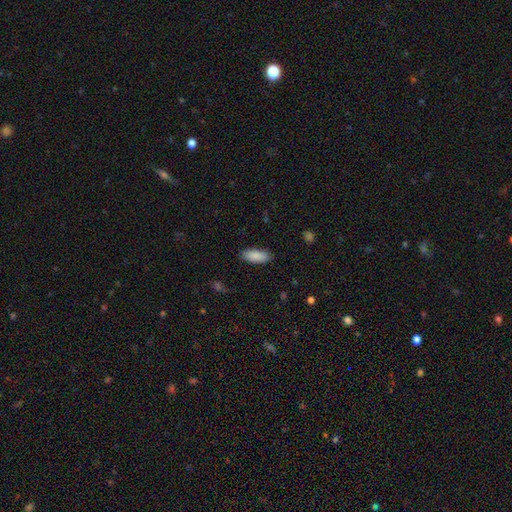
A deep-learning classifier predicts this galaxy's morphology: type=smooth (89%); roundness=in between (80%); merging=none (86%).